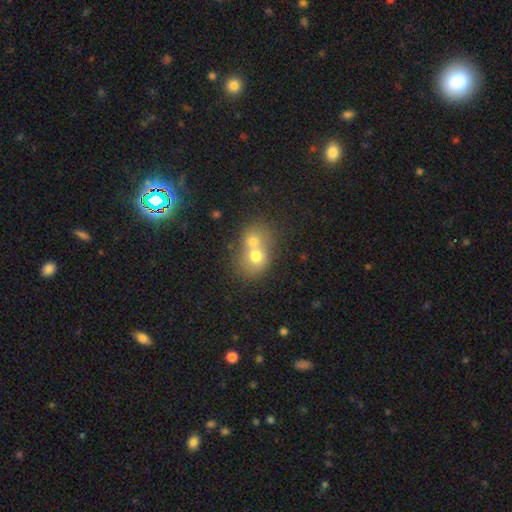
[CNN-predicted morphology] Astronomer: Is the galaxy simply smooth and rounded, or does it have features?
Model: smooth — 66%.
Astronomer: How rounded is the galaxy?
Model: round — 60% (runner-up: in between, 39%).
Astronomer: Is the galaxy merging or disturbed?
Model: merger — 72%.